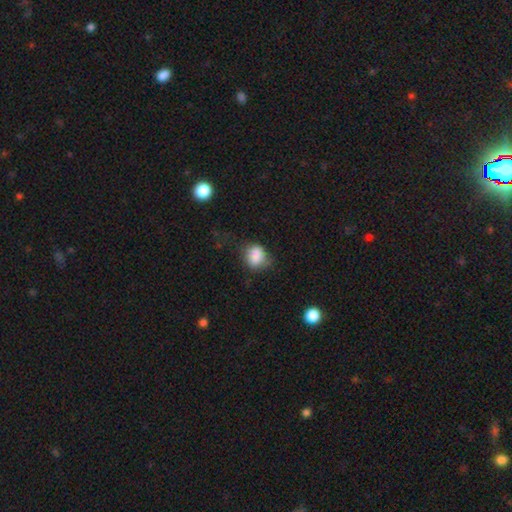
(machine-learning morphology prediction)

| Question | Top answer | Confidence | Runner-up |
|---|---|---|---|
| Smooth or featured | smooth | 85% | star or artifact (9%) |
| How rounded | round | 57% | in between (42%) |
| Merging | none | 57% | minor disturbance (28%) |